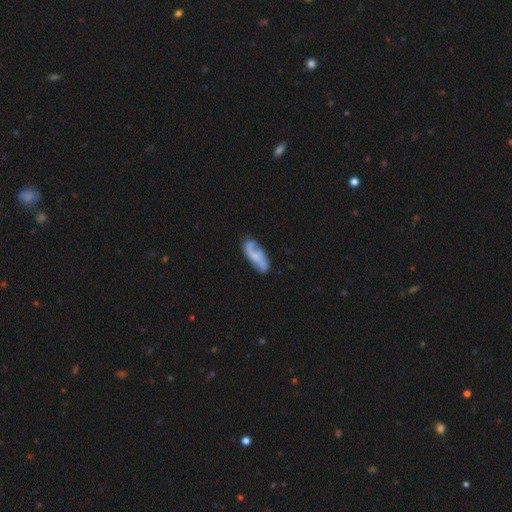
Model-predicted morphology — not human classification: A featured or disk galaxy (55%). Merging: none (55%).